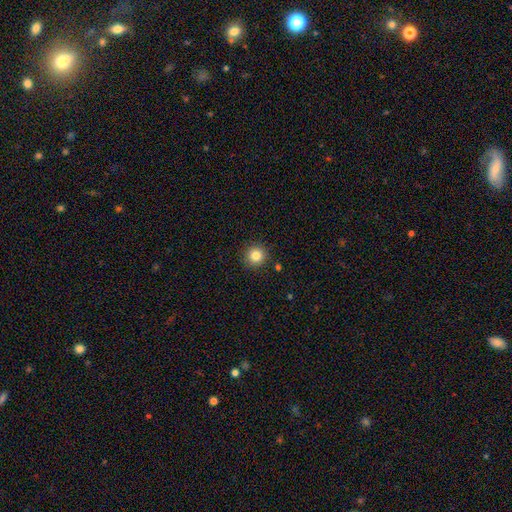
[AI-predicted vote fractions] A smooth galaxy with no disk features (83%) that is round (95%).

Vote fractions:
- Smooth or featured? smooth: 83% / star or artifact: 11% / featured or disk: 5%
- How rounded? round: 95% / in between: 4% / cigar-shaped: 1%
- Merging? none: 91% / minor disturbance: 6% / major disturbance: 2% / merger: 2%